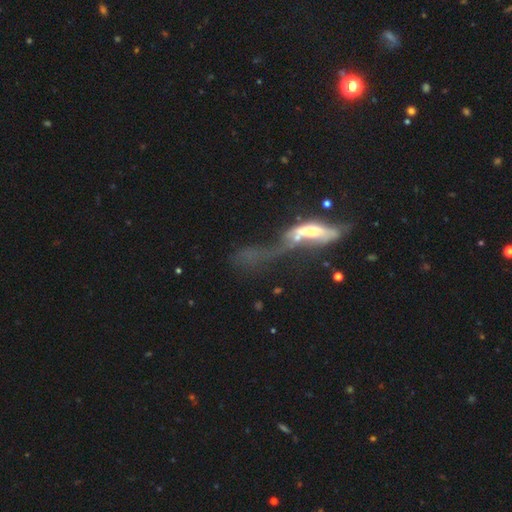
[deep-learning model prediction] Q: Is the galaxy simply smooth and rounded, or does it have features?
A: featured or disk — 56%.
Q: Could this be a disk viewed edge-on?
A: no — 66%.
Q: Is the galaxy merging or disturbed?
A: merger — 42%.